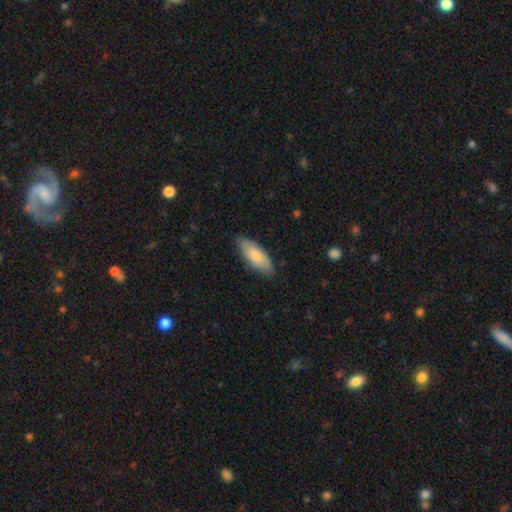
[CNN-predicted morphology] A smooth galaxy with no disk features (75%) that is in between round and cigar-shaped (79%).

Vote fractions:
- Smooth or featured? smooth: 75% / featured or disk: 20% / star or artifact: 5%
- How rounded? in between: 79% / cigar-shaped: 19% / round: 2%
- Merging? none: 77% / minor disturbance: 19% / major disturbance: 3% / merger: 1%